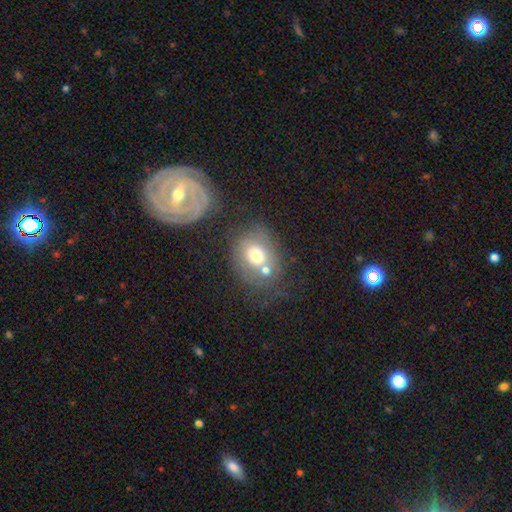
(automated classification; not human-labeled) Smooth or featured? smooth (61%)
How rounded? round (61%)
Merging? none (43%)